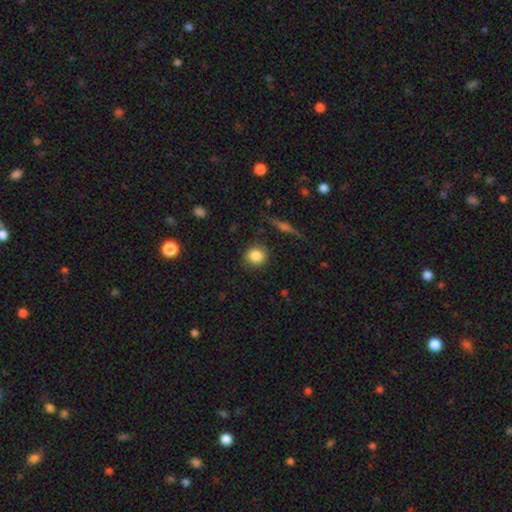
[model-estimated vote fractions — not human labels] Overall: smooth (84%). How rounded: round (83%). Merging: none (84%).